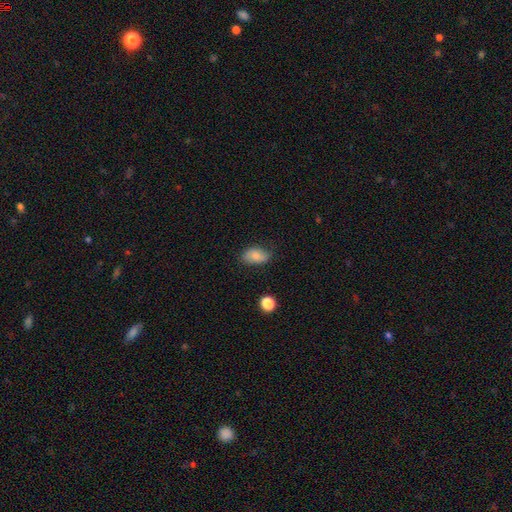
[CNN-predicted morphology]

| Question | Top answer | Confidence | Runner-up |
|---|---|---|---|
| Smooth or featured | smooth | 79% | featured or disk (12%) |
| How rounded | in between | 90% | round (8%) |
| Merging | none | 72% | minor disturbance (22%) |